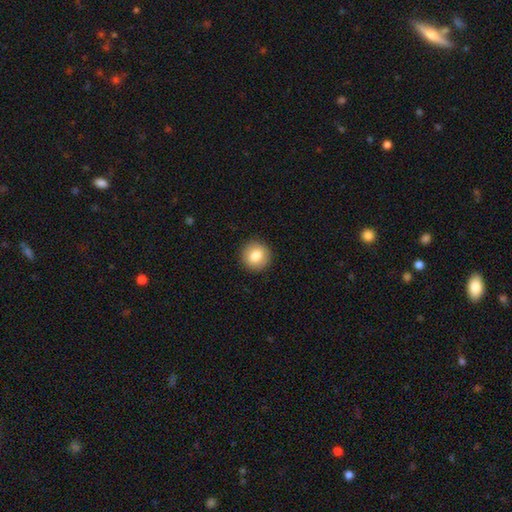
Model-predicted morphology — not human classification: This is clearly a smooth galaxy (82%). How rounded: clearly round (93%). Merging: clearly none (92%).